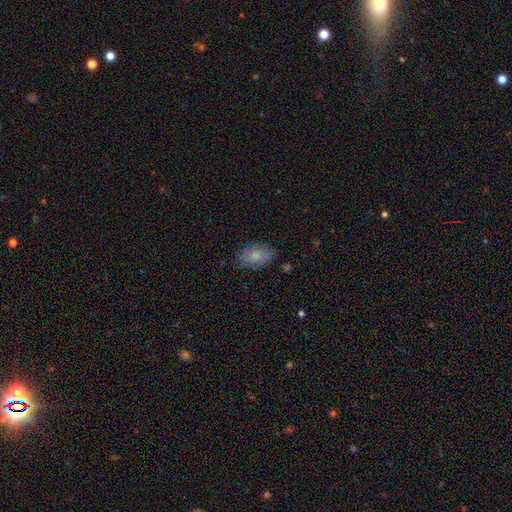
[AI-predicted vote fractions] A smooth galaxy with no disk features (82%) that is in between round and cigar-shaped (89%).

Vote fractions:
- Smooth or featured? smooth: 82% / featured or disk: 10% / star or artifact: 7%
- How rounded? in between: 89% / round: 9% / cigar-shaped: 2%
- Merging? none: 83% / minor disturbance: 13% / major disturbance: 3% / merger: 1%